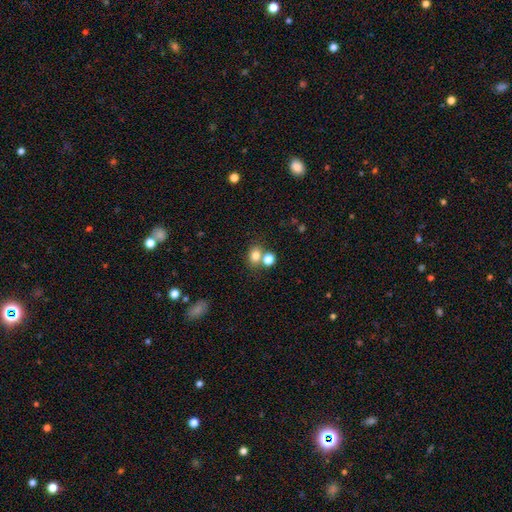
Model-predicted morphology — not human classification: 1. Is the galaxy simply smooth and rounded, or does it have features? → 78% smooth, 13% star or artifact, 9% featured or disk.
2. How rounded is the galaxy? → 51% in between, 48% round, 1% cigar-shaped.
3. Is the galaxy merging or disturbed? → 54% none, 32% merger, 10% minor disturbance, 4% major disturbance.